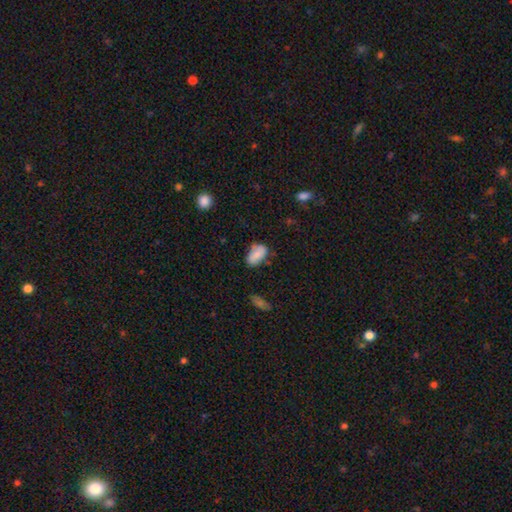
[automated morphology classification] Smooth or featured?
  - smooth: 76% *
  - featured or disk: 16%
  - star or artifact: 8%
How rounded?
  - in between: 91% *
  - round: 6%
  - cigar-shaped: 3%
Merging?
  - none: 62% *
  - minor disturbance: 27%
  - major disturbance: 7%
  - merger: 4%